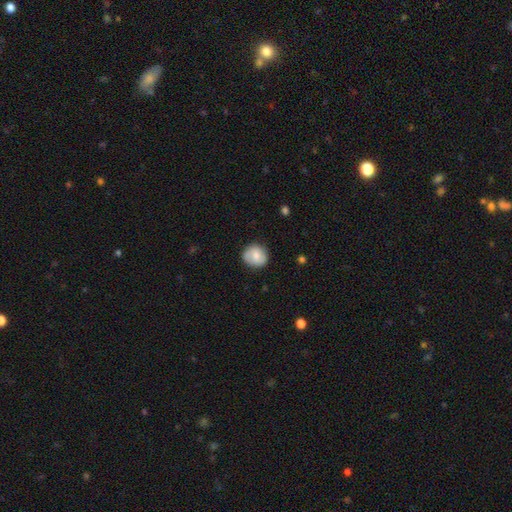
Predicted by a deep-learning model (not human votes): A smooth galaxy with no disk features (71%) that is round (85%). Merging: none (83%).